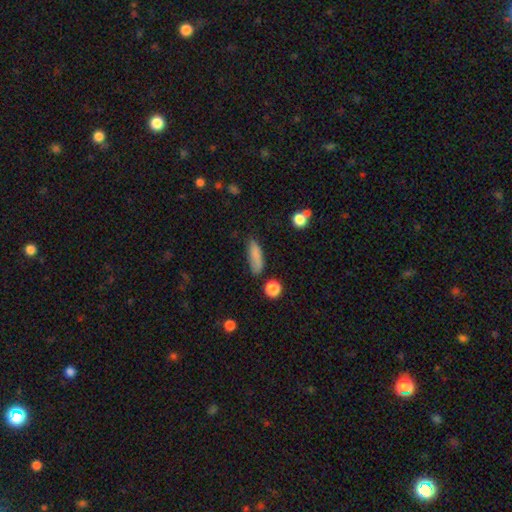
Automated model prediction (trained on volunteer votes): Morphology: type=smooth (83%); roundness=in between (50%); merging=none (69%).